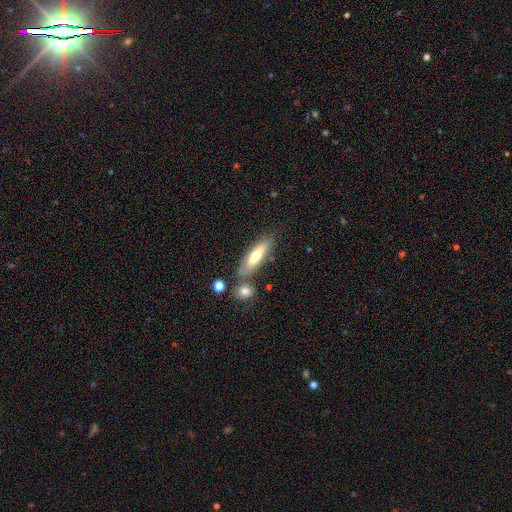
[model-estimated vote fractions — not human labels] This appears to be a smooth galaxy with no disk features (61%) that is cigar-shaped (56%). Merging: none (67%).